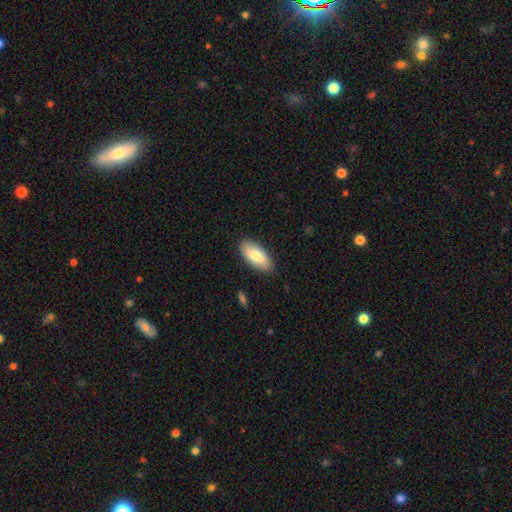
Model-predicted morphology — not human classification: smooth-or-featured: smooth: 79% | featured or disk: 15% | star or artifact: 6%
  how-rounded: in between: 89% | cigar-shaped: 9% | round: 2%
  merging: none: 87% | minor disturbance: 10% | major disturbance: 2% | merger: 1%